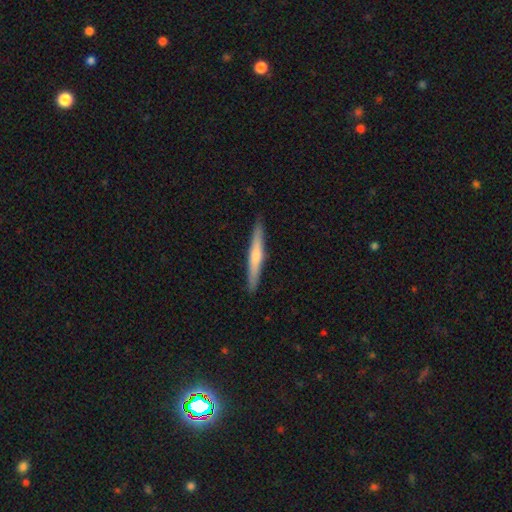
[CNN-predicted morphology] smooth-or-featured: featured or disk: 49% | smooth: 46% | star or artifact: 5%
  merging: none: 91% | minor disturbance: 7% | major disturbance: 1% | merger: 1%